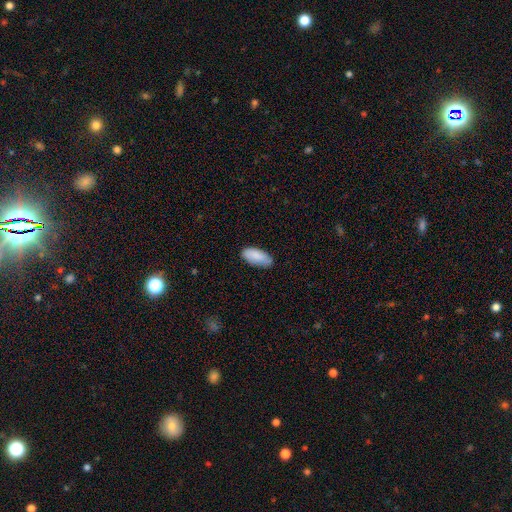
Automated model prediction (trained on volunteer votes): Smooth or featured? smooth (88%)
How rounded? in between (87%)
Merging? none (77%)